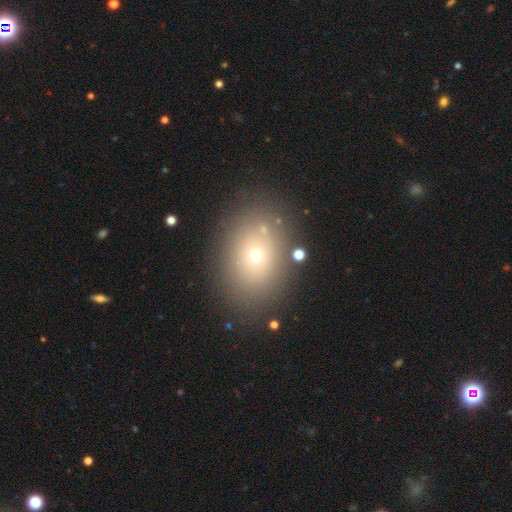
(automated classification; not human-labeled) smooth_or_featured: smooth (p=0.64) [alt: star or artifact p=0.18]
how_rounded: in between (p=0.61) [alt: round p=0.38]
merging: none (p=0.82) [alt: minor disturbance p=0.10]